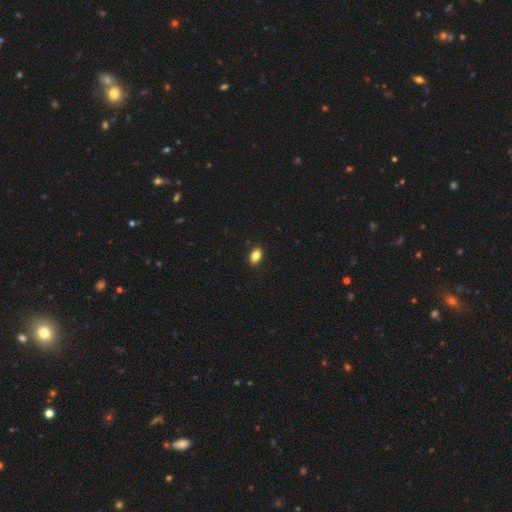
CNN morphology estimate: Q: Smooth or featured?
A: smooth (85%); runner-up: star or artifact (9%)
Q: How rounded?
A: in between (87%); runner-up: round (9%)
Q: Merging?
A: none (90%); runner-up: minor disturbance (7%)